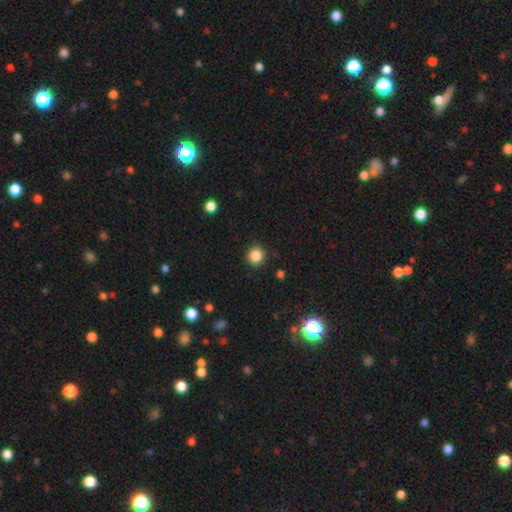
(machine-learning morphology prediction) smooth-or-featured: smooth: 85% | star or artifact: 11% | featured or disk: 3%
  how-rounded: round: 92% | in between: 7% | cigar-shaped: 1%
  merging: none: 89% | minor disturbance: 7% | major disturbance: 2% | merger: 1%